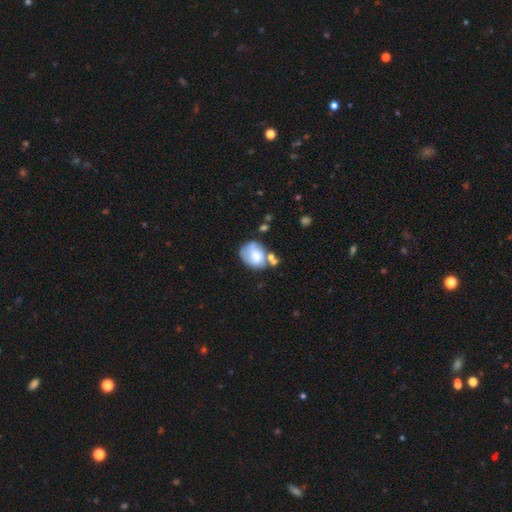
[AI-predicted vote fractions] Morphology: type=smooth (64%); roundness=in between (54%); merging=none (37%).